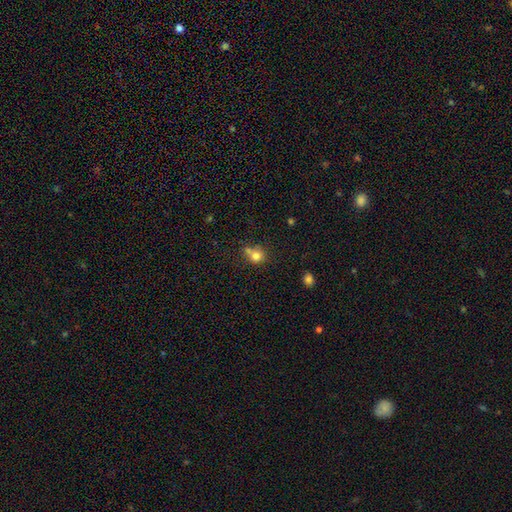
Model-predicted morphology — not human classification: smooth_or_featured: smooth (p=0.78) [alt: star or artifact p=0.12]
how_rounded: round (p=0.82) [alt: in between p=0.17]
merging: none (p=0.49) [alt: merger p=0.34]